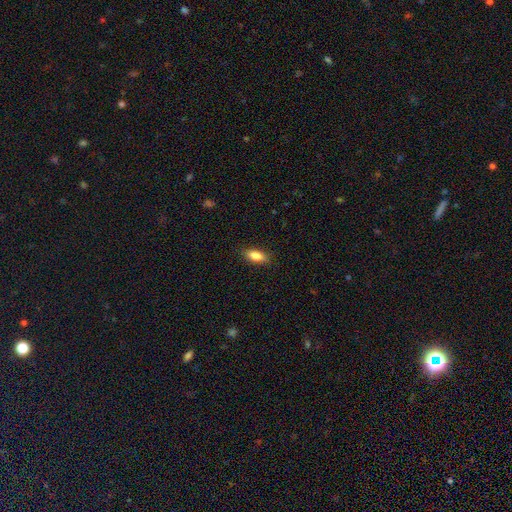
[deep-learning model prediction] This appears to be a smooth galaxy with no disk features (85%) that is in between round and cigar-shaped (83%). Merging: none (87%).